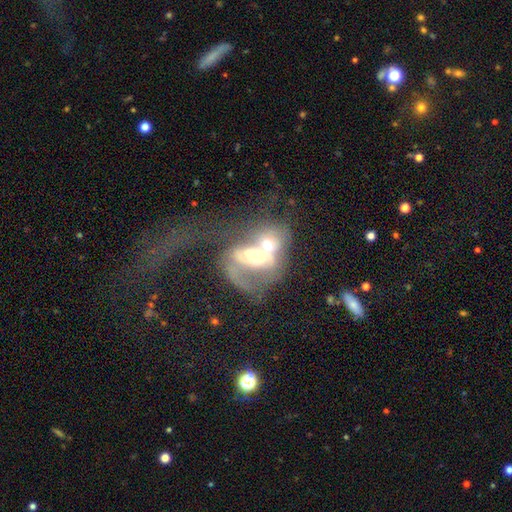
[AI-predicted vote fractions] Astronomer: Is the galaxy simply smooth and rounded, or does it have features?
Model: featured or disk — 66%.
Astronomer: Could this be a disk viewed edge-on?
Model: no — 94%.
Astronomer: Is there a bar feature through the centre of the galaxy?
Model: no — 61%.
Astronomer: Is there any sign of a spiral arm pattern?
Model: yes — 54% (runner-up: no, 46%).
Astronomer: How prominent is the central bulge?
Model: moderate — 61%.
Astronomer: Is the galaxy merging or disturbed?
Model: merger — 72%.